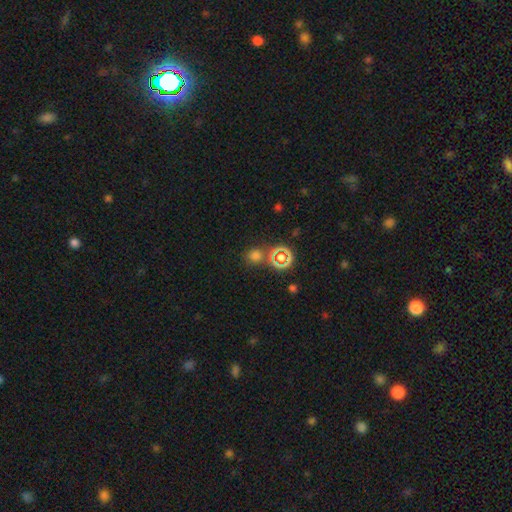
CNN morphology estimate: This appears to be a smooth galaxy with no disk features (63%) that is round (83%). Merging: none (70%).